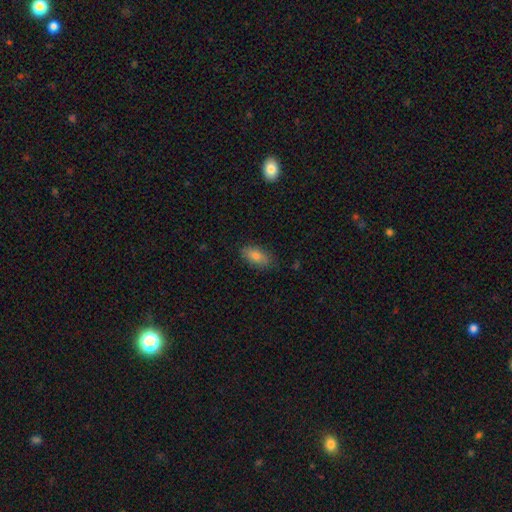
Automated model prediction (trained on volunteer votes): A smooth galaxy with no disk features (80%) that is in between round and cigar-shaped (86%). Merging: none (84%).